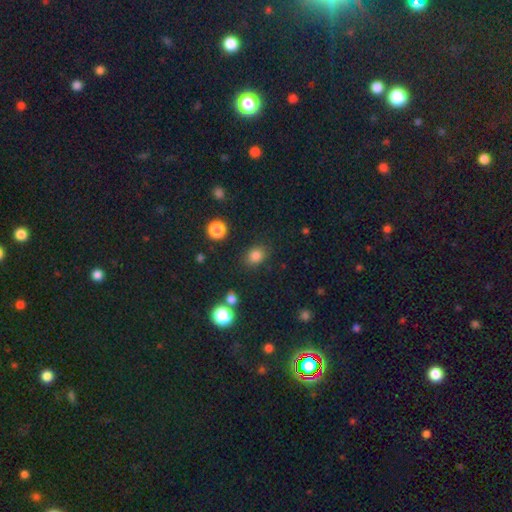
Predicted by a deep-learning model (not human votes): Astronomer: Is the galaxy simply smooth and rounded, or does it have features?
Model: smooth — 79%.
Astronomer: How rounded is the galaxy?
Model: round — 53% (runner-up: in between, 46%).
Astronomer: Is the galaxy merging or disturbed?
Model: none — 82%.